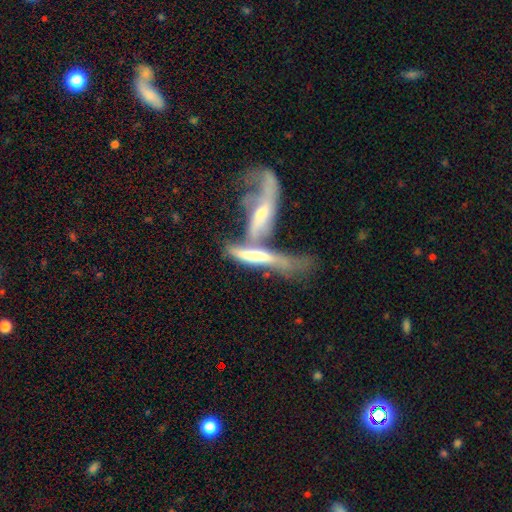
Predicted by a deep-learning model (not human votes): Smooth or featured? featured or disk (46%, tied with smooth)
Merging? merger (67%)